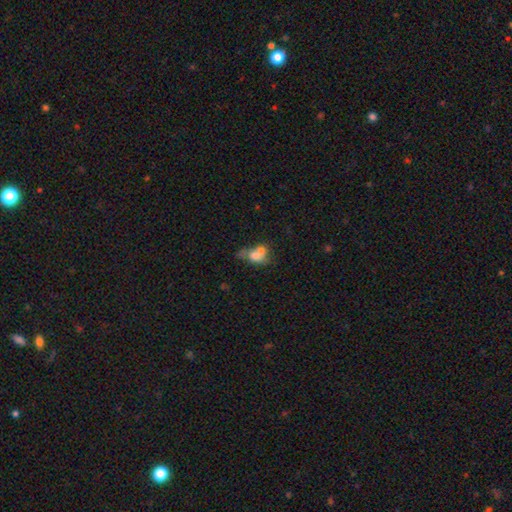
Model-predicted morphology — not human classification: This appears to be a smooth galaxy with no disk features (65%) that is in between round and cigar-shaped (61%). Merging: merger (63%).